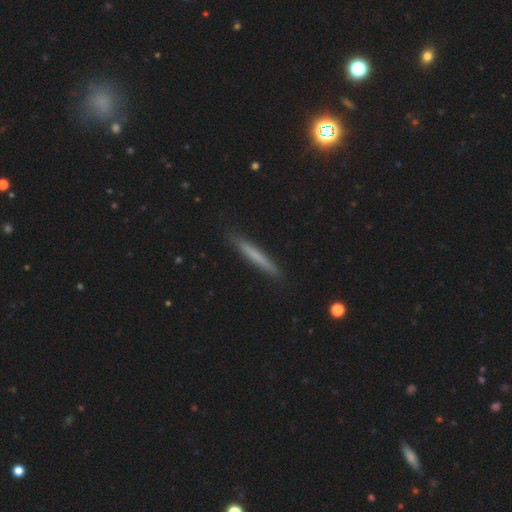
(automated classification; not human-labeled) Smooth or featured? Predicted: smooth (p=0.61). How rounded? Predicted: cigar-shaped (p=0.96). Merging? Predicted: none (p=0.90).